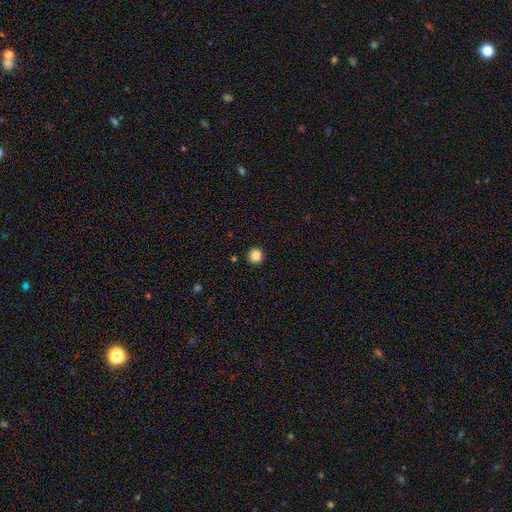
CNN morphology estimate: The model was most divided on "smooth or featured": smooth: 85%, star or artifact: 11%, featured or disk: 4%. More confident: how rounded — round (96%); merging — none (93%).